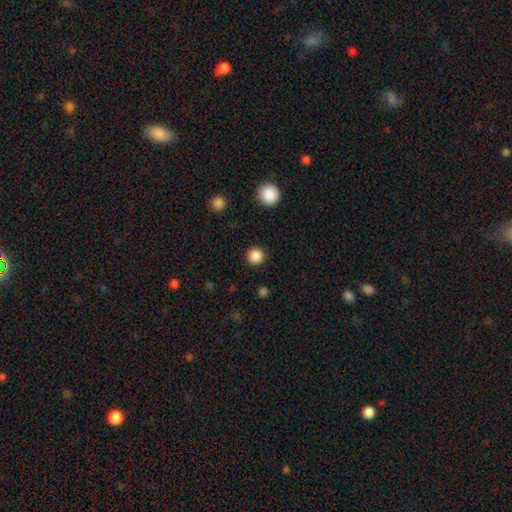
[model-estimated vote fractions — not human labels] smooth 86%, star or artifact 11%, featured or disk 3%. Down the decision tree: how rounded — round (96%); merging — none (91%).